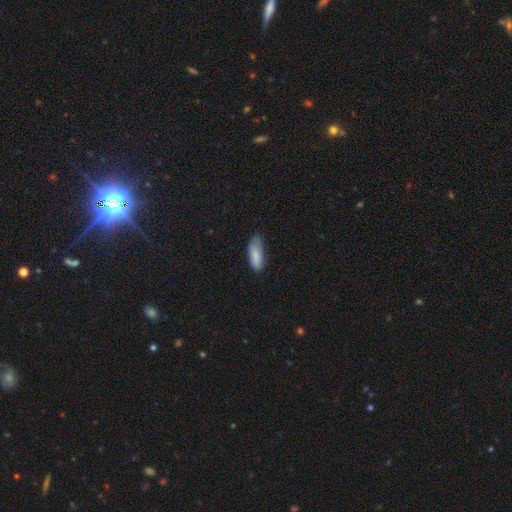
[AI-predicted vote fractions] Overall: smooth (83%). How rounded: in between (67%; cigar-shaped 31%). Merging: none (54%; minor disturbance 36%).